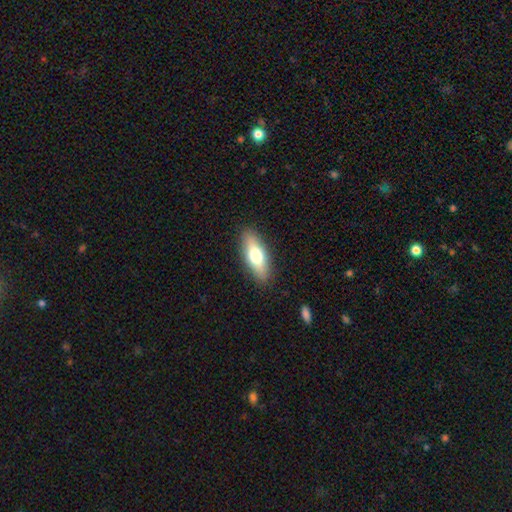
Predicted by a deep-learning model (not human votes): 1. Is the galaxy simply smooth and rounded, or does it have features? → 64% smooth, 30% featured or disk, 6% star or artifact.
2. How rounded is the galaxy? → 62% in between, 35% cigar-shaped, 3% round.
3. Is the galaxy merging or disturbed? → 88% none, 8% minor disturbance, 2% major disturbance, 1% merger.